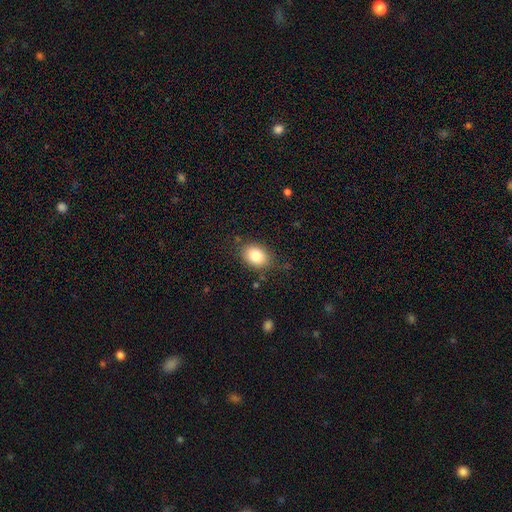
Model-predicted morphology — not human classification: type=smooth (82%); roundness=in between (68%); merging=none (82%).